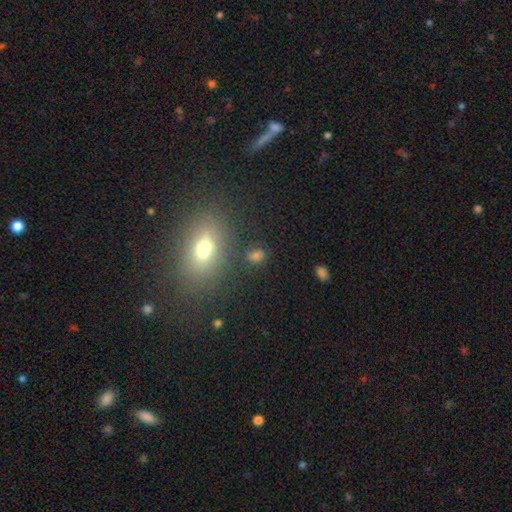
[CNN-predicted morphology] smooth 73%, star or artifact 18%, featured or disk 9%. Down the decision tree: how rounded — in between (55%); merging — none (77%).